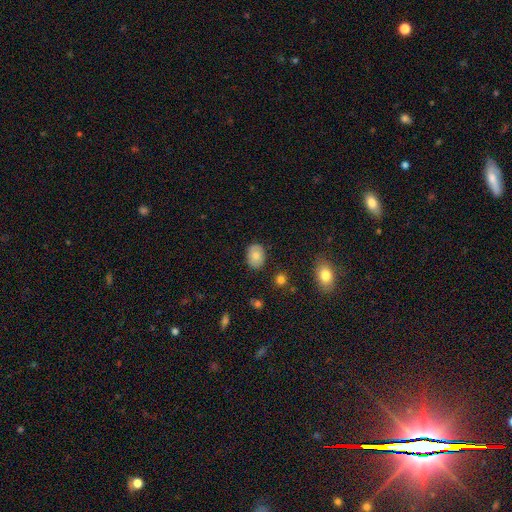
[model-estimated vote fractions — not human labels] Overall: smooth (76%). How rounded: in between (69%; round 30%). Merging: none (83%).